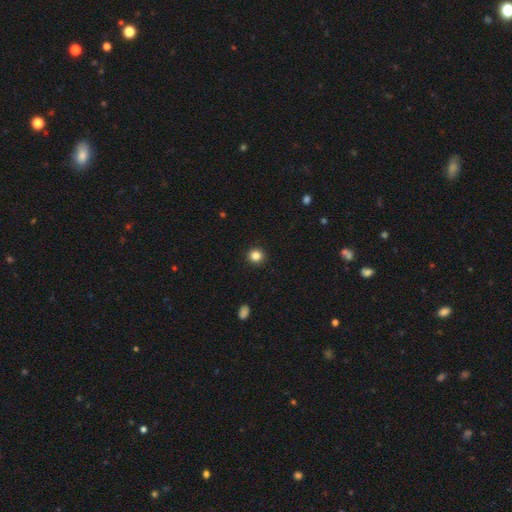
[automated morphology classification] Smooth or featured?
  - smooth: 84% *
  - star or artifact: 11%
  - featured or disk: 4%
How rounded?
  - round: 93% *
  - in between: 6%
  - cigar-shaped: 1%
Merging?
  - none: 93% *
  - minor disturbance: 4%
  - major disturbance: 2%
  - merger: 1%